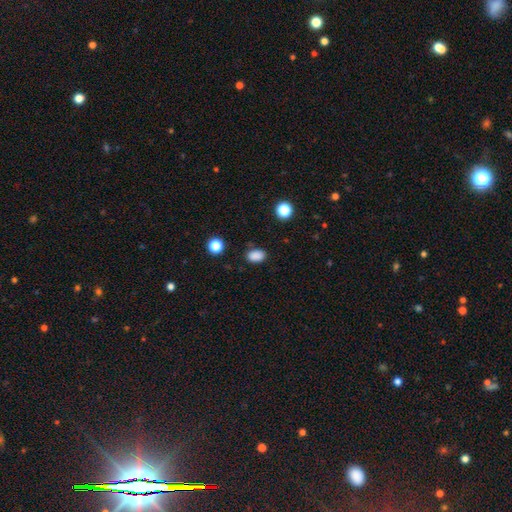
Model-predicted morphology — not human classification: Q: Smooth or featured?
A: smooth (86%); runner-up: star or artifact (11%)
Q: How rounded?
A: in between (81%); runner-up: round (18%)
Q: Merging?
A: none (82%); runner-up: minor disturbance (12%)